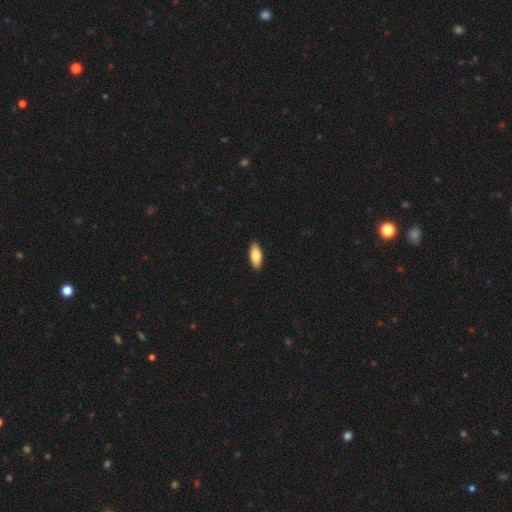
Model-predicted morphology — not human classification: Smooth or featured?
  - smooth: 79% *
  - featured or disk: 16%
  - star or artifact: 6%
How rounded?
  - in between: 78% *
  - cigar-shaped: 20%
  - round: 2%
Merging?
  - none: 91% *
  - minor disturbance: 7%
  - major disturbance: 1%
  - merger: 1%